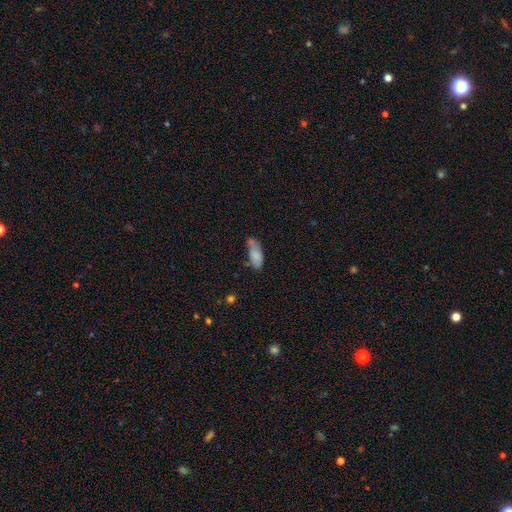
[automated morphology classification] type=smooth (77%); roundness=in between (76%); merging=none (43%).